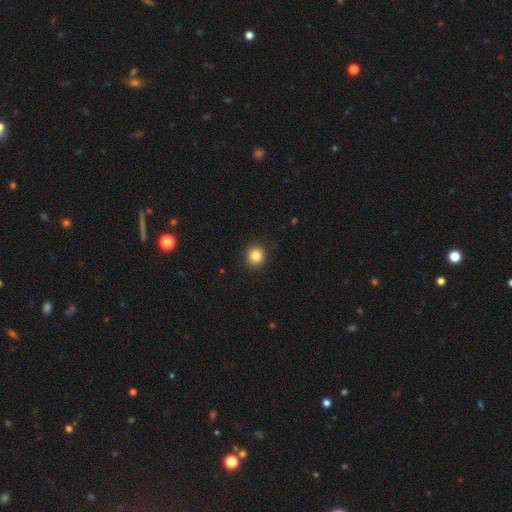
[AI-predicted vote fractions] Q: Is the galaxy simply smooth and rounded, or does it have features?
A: smooth — 84%.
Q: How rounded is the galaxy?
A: round — 91%.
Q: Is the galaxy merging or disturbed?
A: none — 91%.